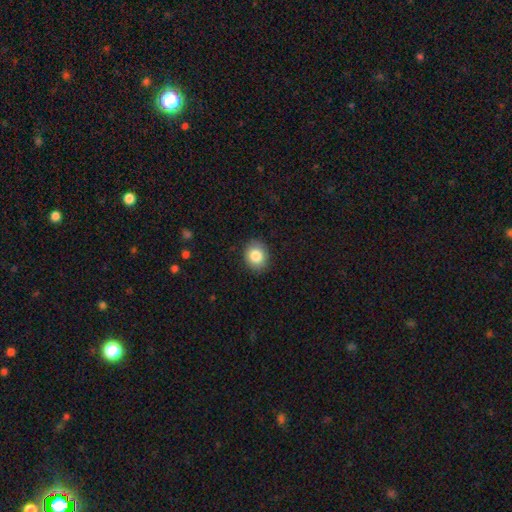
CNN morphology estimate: The model was most divided on "how rounded": round: 60%, in between: 39%, cigar-shaped: 1%. More confident: merging — none (88%); smooth or featured — smooth (84%).